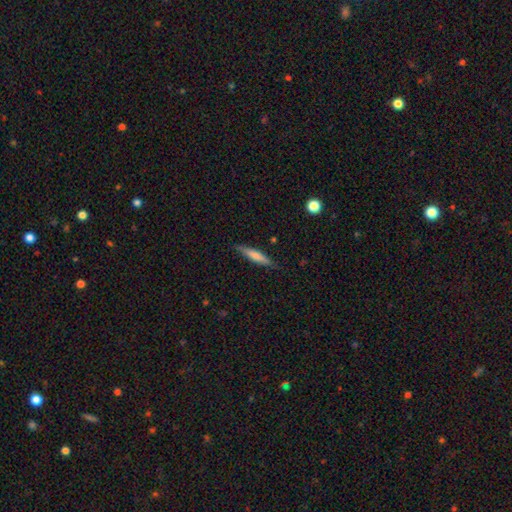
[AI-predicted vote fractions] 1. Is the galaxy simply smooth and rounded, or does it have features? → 65% smooth, 29% featured or disk, 6% star or artifact.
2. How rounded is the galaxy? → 87% cigar-shaped, 11% in between, 1% round.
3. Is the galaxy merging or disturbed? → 85% none, 11% minor disturbance, 2% major disturbance, 1% merger.